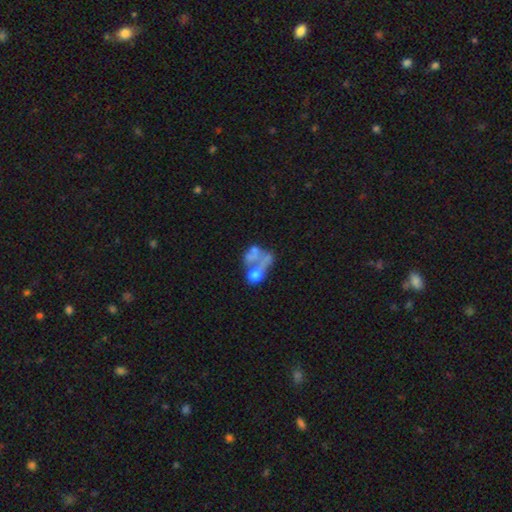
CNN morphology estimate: This is marginally a smooth galaxy (44%). Merging: possibly merger (50%).